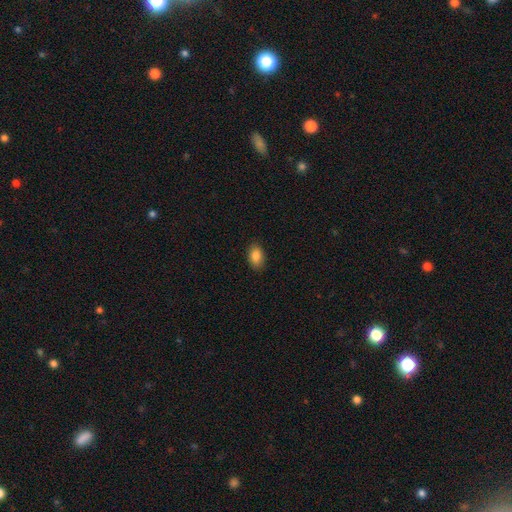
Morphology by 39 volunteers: smooth 87%, star or artifact 10%, featured or disk 3%. Down the decision tree: how rounded — in between (82%); merging — none (91%).